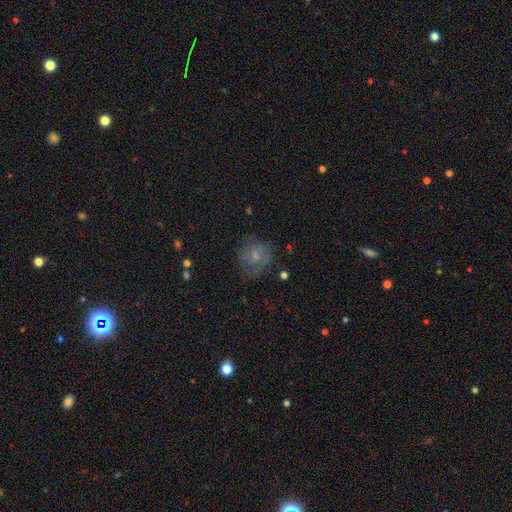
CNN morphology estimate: Q: Smooth or featured?
A: smooth (56%); runner-up: featured or disk (33%)
Q: How rounded?
A: round (77%); runner-up: in between (22%)
Q: Merging?
A: none (64%); runner-up: minor disturbance (22%)